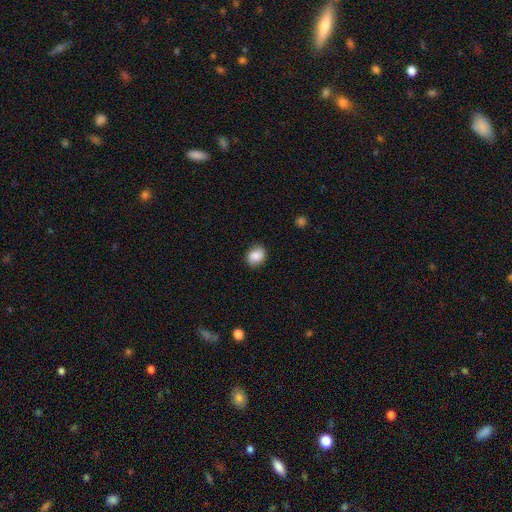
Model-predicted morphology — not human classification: A smooth galaxy with no disk features (86%) that is round (52%).

Vote fractions:
- Smooth or featured? smooth: 86% / star or artifact: 8% / featured or disk: 6%
- How rounded? round: 52% / in between: 47% / cigar-shaped: 1%
- Merging? none: 84% / minor disturbance: 12% / major disturbance: 3% / merger: 1%